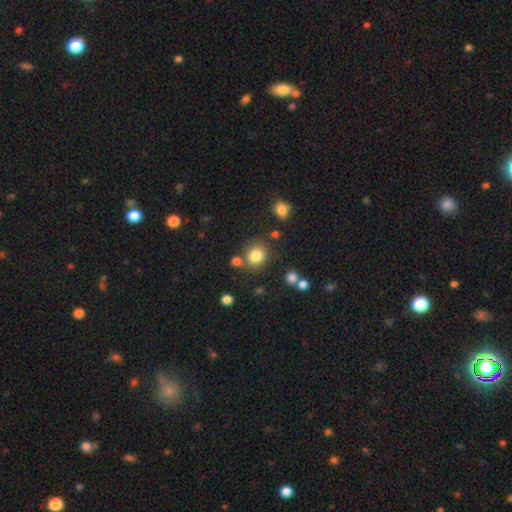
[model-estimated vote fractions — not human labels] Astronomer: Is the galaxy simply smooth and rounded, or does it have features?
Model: smooth — 82%.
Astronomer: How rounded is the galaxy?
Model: round — 83%.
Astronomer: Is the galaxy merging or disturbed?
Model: none — 75%.